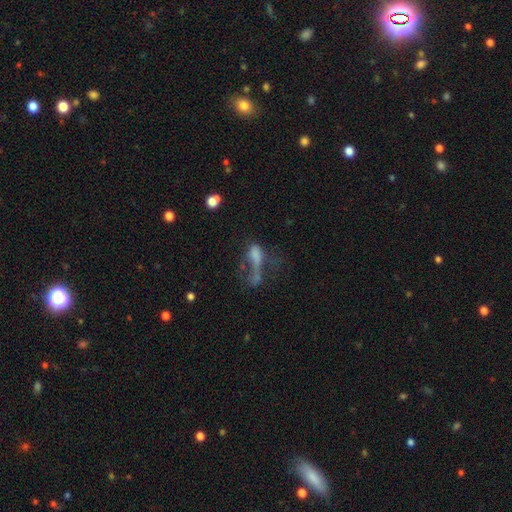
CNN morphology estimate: This appears to be a smooth galaxy with no disk features (57%) that is in between round and cigar-shaped (74%). Merging: major disturbance (51%).